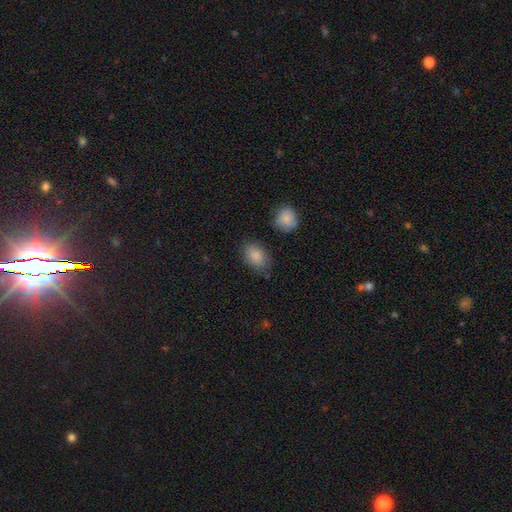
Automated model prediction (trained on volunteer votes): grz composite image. It shows a smooth galaxy with no disk features (87%) that is in between round and cigar-shaped (86%). Merging: none (77%).